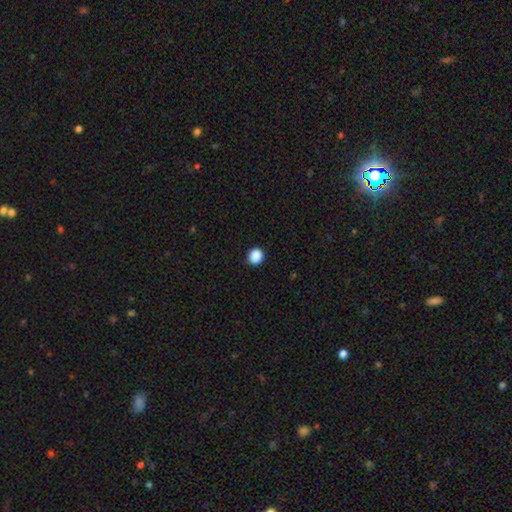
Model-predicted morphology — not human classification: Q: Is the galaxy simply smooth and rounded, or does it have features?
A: smooth — 88%.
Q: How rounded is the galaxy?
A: round — 89%.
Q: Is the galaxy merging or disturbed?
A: none — 92%.